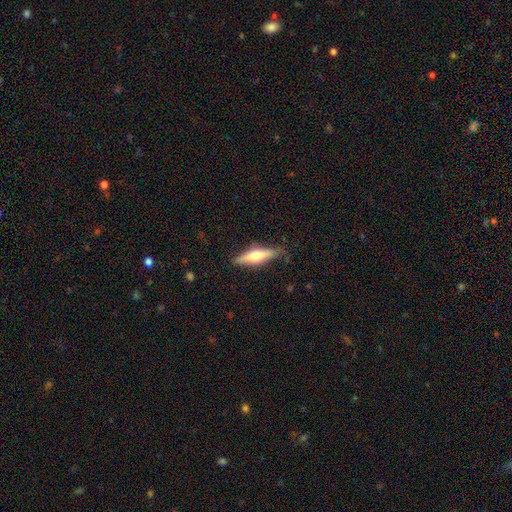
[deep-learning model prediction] This appears to be a featured or disk galaxy (47%, tied with smooth). Merging: none (77%).